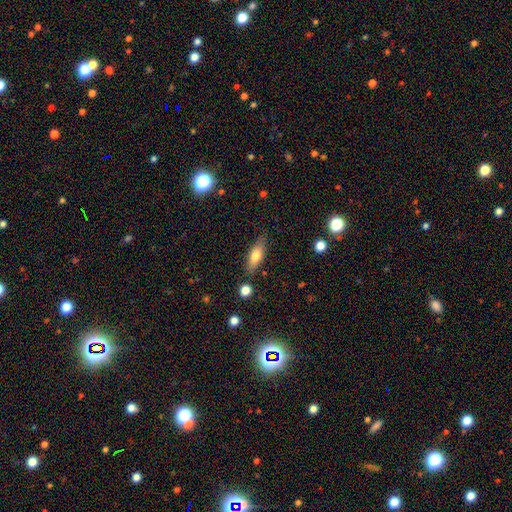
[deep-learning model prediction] smooth_or_featured: smooth (p=0.71) [alt: featured or disk p=0.22]
how_rounded: in between (p=0.65) [alt: cigar-shaped p=0.32]
merging: none (p=0.81) [alt: minor disturbance p=0.14]